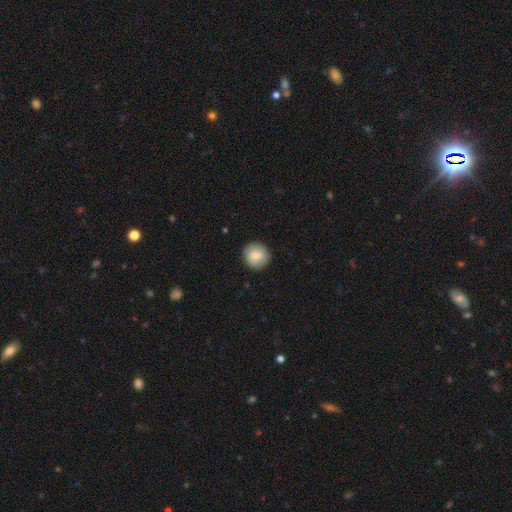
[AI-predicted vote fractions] This is likely a smooth galaxy (76%). How rounded: clearly round (92%). Merging: clearly none (88%).